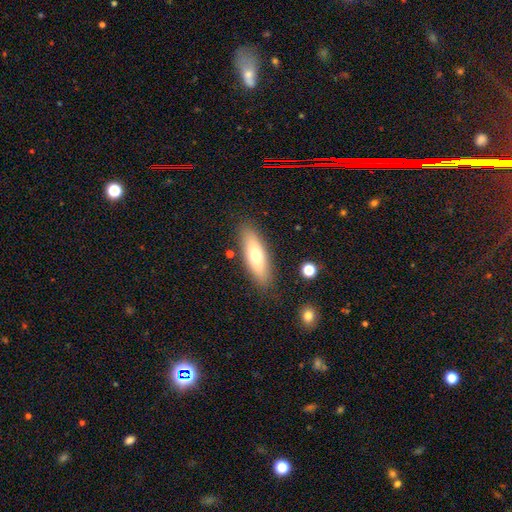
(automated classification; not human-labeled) smooth 66%, featured or disk 27%, star or artifact 7%. Down the decision tree: how rounded — in between (55%); merging — none (84%).